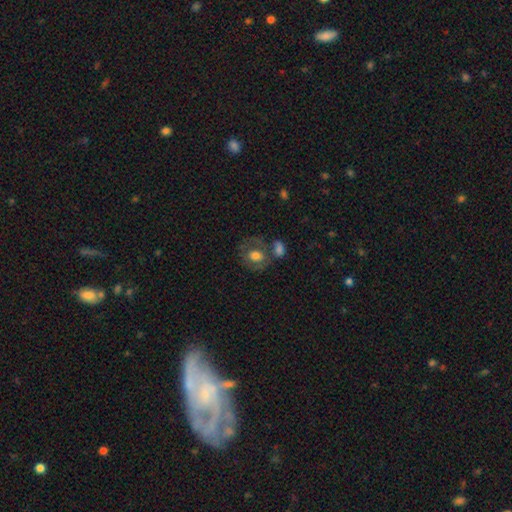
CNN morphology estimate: smooth-or-featured: smooth: 58% | featured or disk: 33% | star or artifact: 8%
  how-rounded: round: 52% | in between: 47% | cigar-shaped: 1%
  merging: none: 51% | merger: 24% | minor disturbance: 15% | major disturbance: 10%